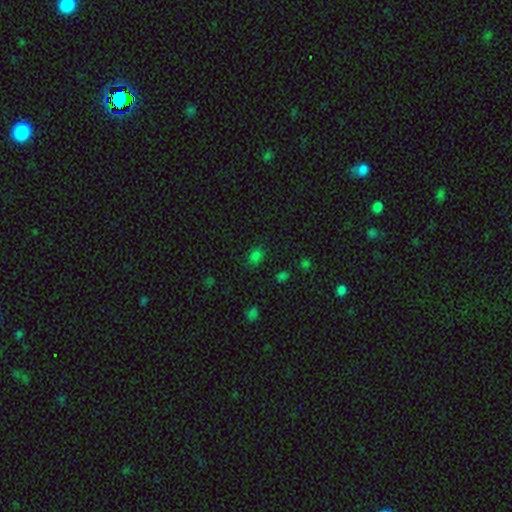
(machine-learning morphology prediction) Smooth or featured? Predicted: smooth (p=0.74). How rounded? Predicted: in between (p=0.70). Merging? Predicted: none (p=0.77).